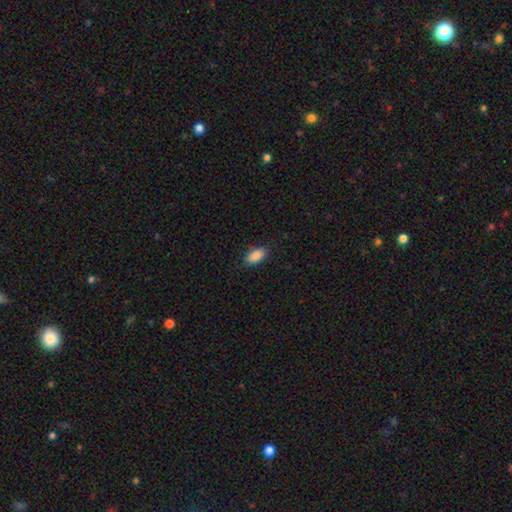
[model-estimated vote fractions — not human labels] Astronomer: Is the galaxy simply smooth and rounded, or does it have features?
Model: smooth — 89%.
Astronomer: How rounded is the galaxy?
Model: in between — 92%.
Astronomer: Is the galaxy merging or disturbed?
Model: none — 85%.